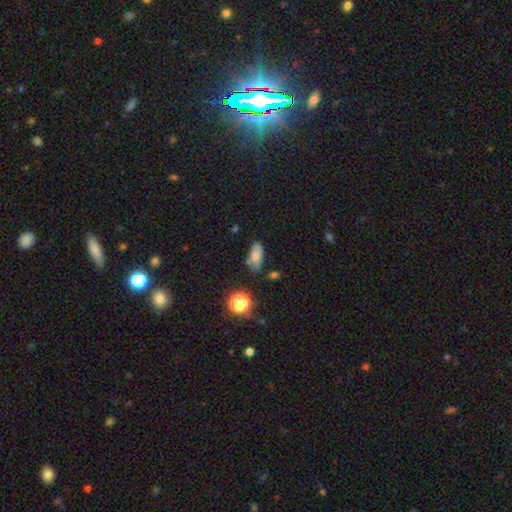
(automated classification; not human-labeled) Q: Smooth or featured?
A: smooth (73%); runner-up: featured or disk (14%)
Q: How rounded?
A: in between (88%); runner-up: round (6%)
Q: Merging?
A: none (62%); runner-up: minor disturbance (25%)